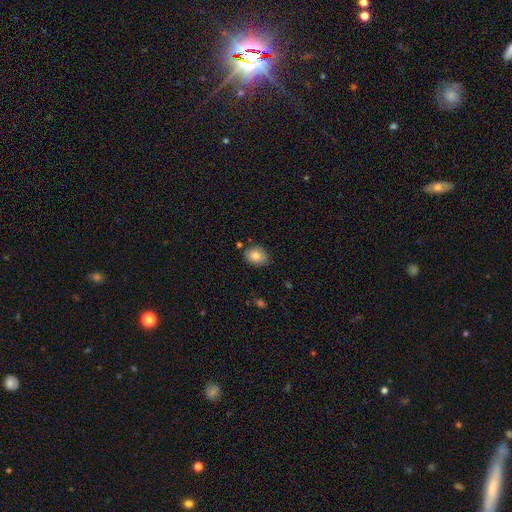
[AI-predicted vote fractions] smooth_or_featured: smooth (p=0.83) [alt: featured or disk p=0.08]
how_rounded: in between (p=0.65) [alt: round p=0.34]
merging: none (p=0.76) [alt: minor disturbance p=0.17]